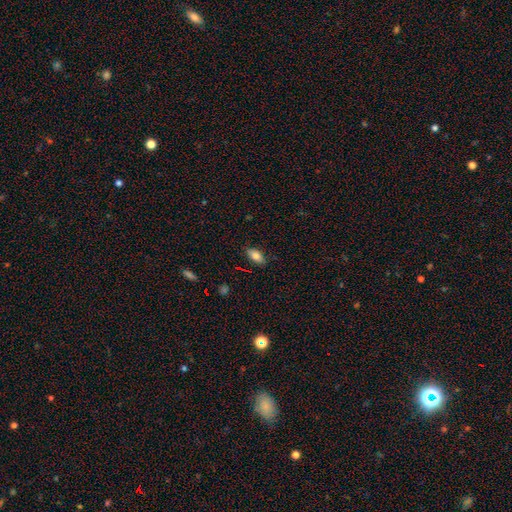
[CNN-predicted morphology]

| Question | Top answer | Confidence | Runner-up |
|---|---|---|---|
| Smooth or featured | smooth | 81% | featured or disk (11%) |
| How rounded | in between | 89% | cigar-shaped (6%) |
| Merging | none | 84% | minor disturbance (12%) |